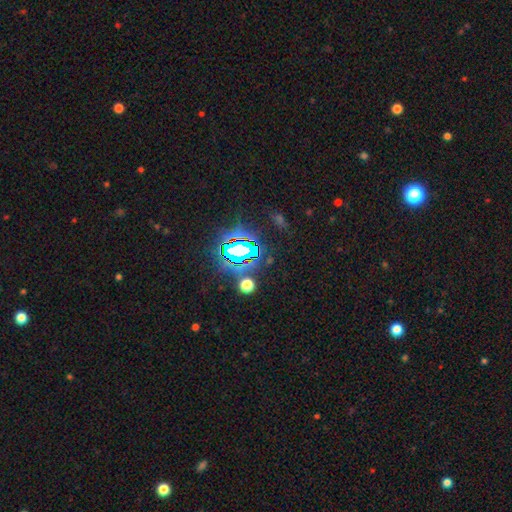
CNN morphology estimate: Smooth or featured: star or artifact — 81% (smooth — 12%)